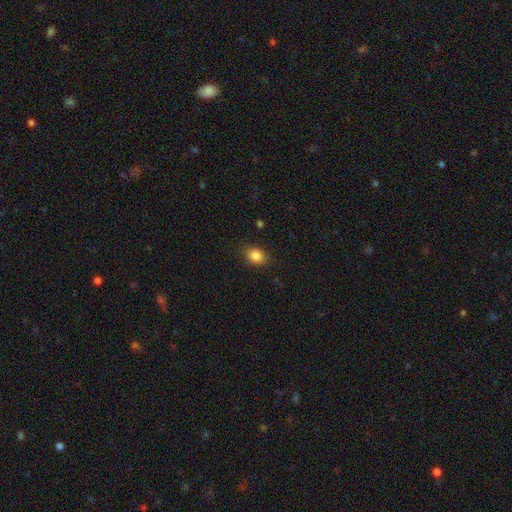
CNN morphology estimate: Overall: smooth (85%). How rounded: in between (58%; round 41%). Merging: none (85%).